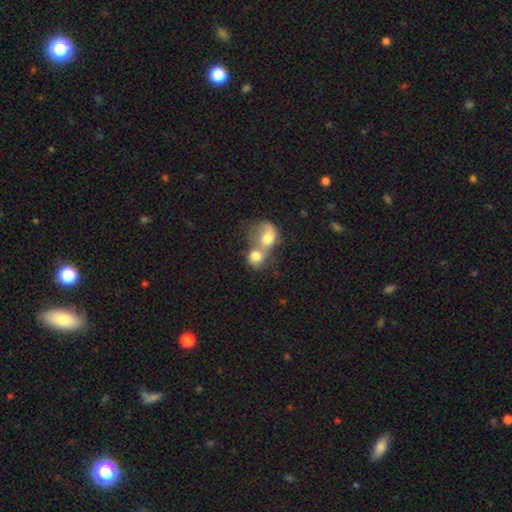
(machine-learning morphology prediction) A smooth galaxy with no disk features (71%) that is round (61%). Merging: merger (81%).